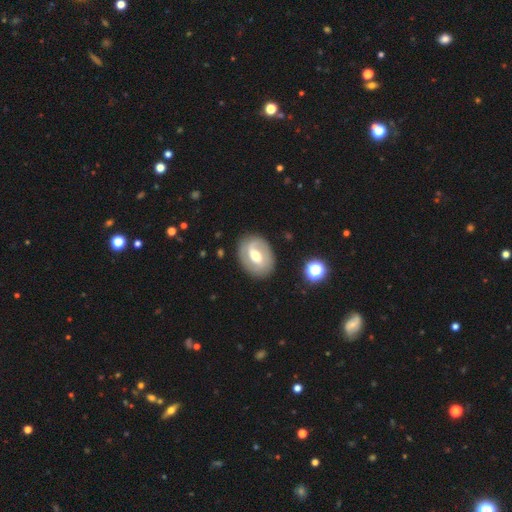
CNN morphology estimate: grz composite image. It shows a featured or disk galaxy (68%) with a weak bar (47%), spiral arms (72%) and a moderate central bulge (71%). Merging: none (81%).